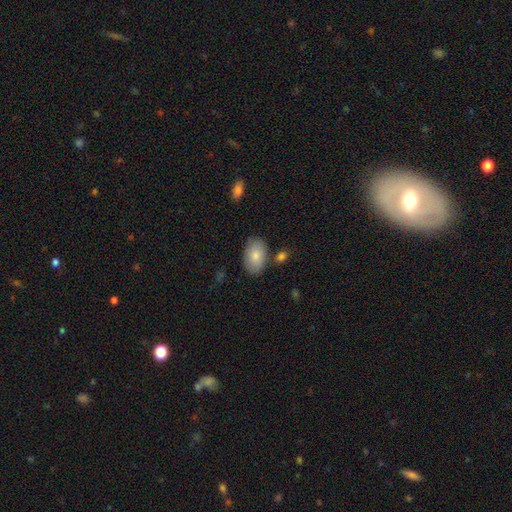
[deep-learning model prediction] Q: Smooth or featured?
A: smooth (83%); runner-up: featured or disk (12%)
Q: How rounded?
A: in between (93%); runner-up: round (6%)
Q: Merging?
A: none (79%); runner-up: minor disturbance (13%)